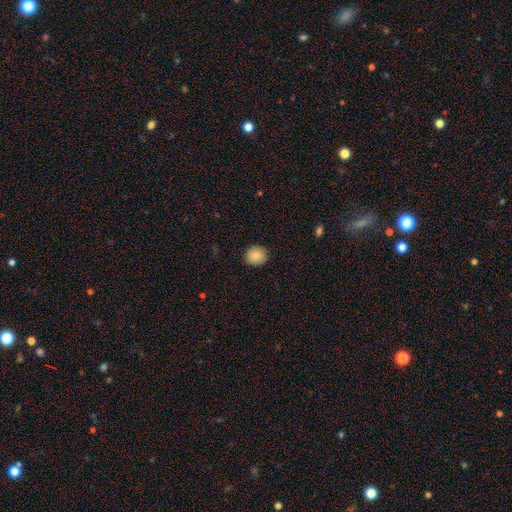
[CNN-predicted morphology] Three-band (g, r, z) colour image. It shows a smooth galaxy with no disk features (87%) that is round (81%). Merging: none (89%).